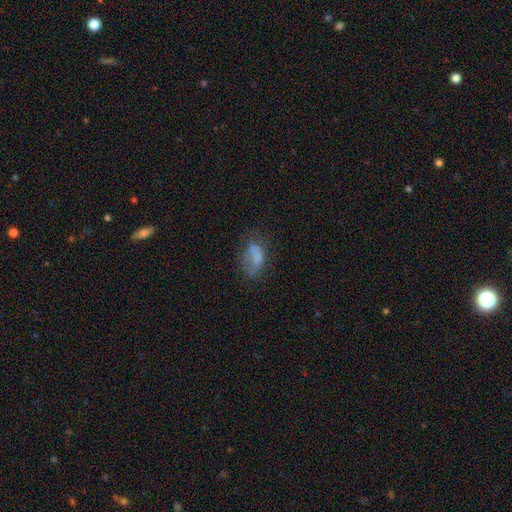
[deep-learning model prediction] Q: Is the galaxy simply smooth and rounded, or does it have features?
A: smooth — 62%.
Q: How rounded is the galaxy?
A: in between — 88%.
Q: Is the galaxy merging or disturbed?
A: none — 37%.